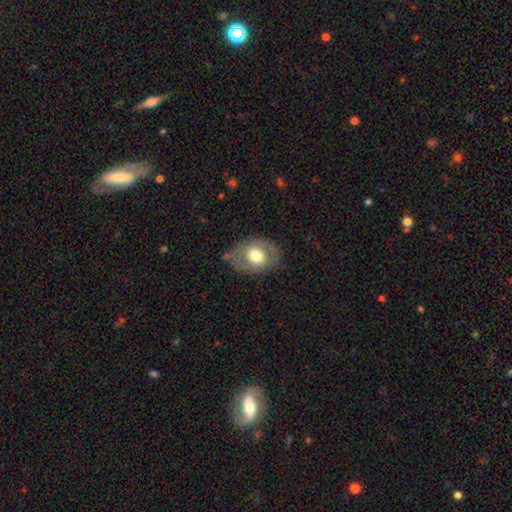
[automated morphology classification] This is possibly a smooth galaxy (58%). How rounded: likely in between (66%). Merging: likely none (70%).